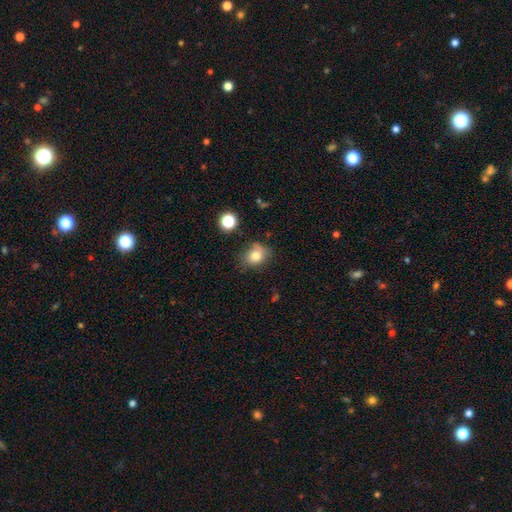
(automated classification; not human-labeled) Smooth or featured? Predicted: smooth (p=0.78). How rounded? Predicted: round (p=0.57). Merging? Predicted: none (p=0.62).